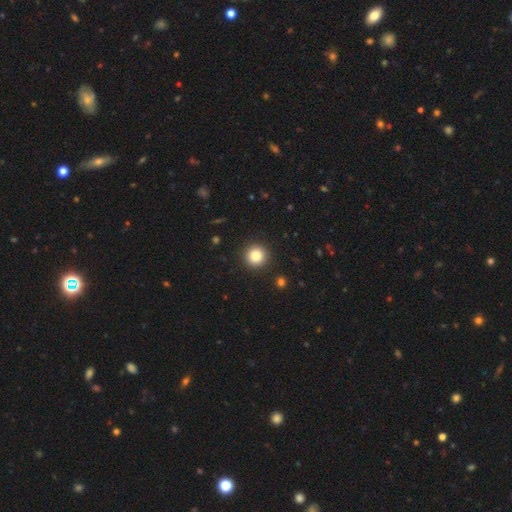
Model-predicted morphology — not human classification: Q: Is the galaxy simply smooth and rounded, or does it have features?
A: smooth — 83%.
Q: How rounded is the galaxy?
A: round — 95%.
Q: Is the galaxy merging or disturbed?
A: none — 92%.